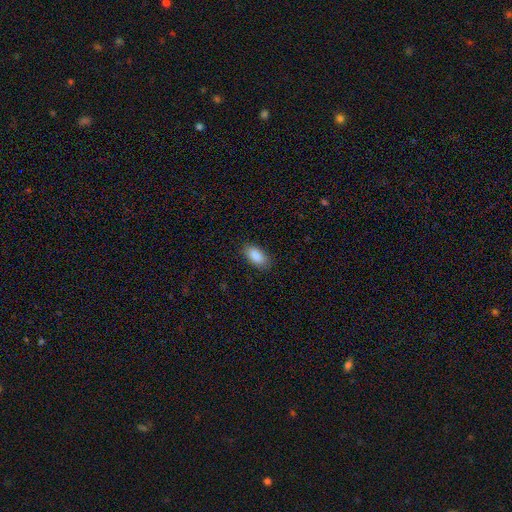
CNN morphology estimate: Q: Smooth or featured?
A: smooth (88%); runner-up: star or artifact (7%)
Q: How rounded?
A: in between (92%); runner-up: cigar-shaped (5%)
Q: Merging?
A: none (87%); runner-up: minor disturbance (10%)